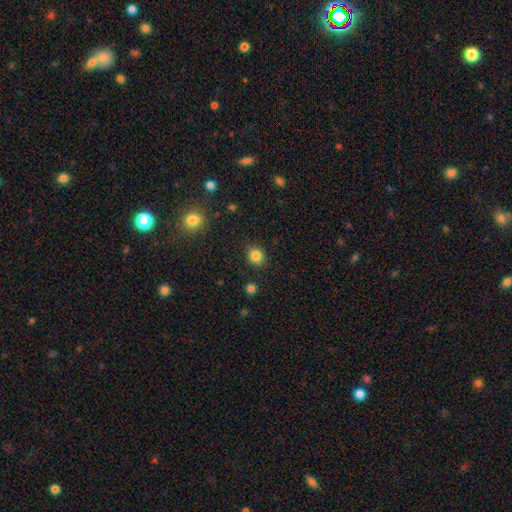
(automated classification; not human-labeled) A smooth galaxy with no disk features (84%) that is round (77%). Merging: none (87%).